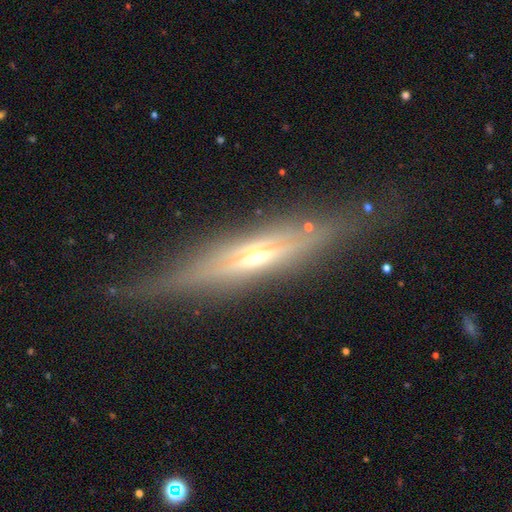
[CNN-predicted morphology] Smooth or featured? featured or disk (76%)
Edge-on disk? yes (92%)
Edge-on bulge? rounded (78%)
Merging? none (79%)